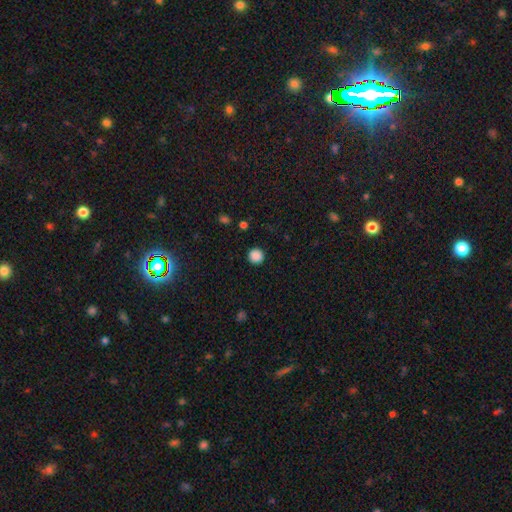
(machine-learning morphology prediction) Smooth or featured? smooth (87%)
How rounded? round (94%)
Merging? none (91%)